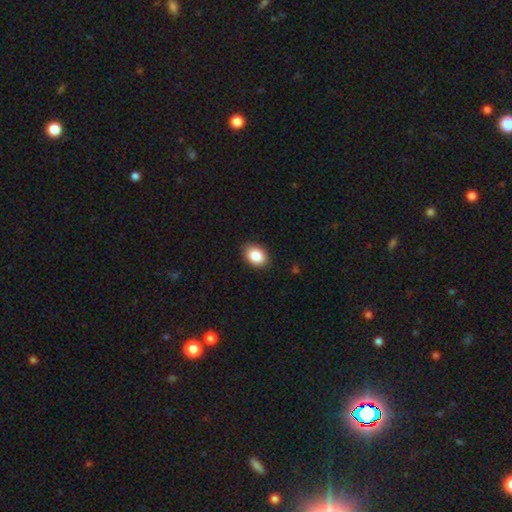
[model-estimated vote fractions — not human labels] A smooth galaxy with no disk features (86%) that is in between round and cigar-shaped (78%).

Vote fractions:
- Smooth or featured? smooth: 86% / star or artifact: 8% / featured or disk: 6%
- How rounded? in between: 78% / round: 21% / cigar-shaped: 1%
- Merging? none: 87% / minor disturbance: 10% / major disturbance: 2% / merger: 1%